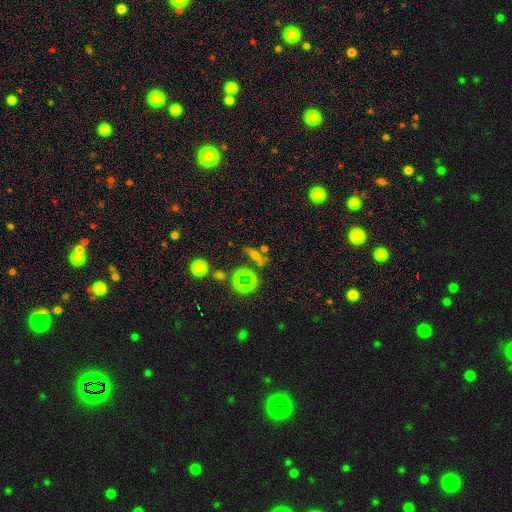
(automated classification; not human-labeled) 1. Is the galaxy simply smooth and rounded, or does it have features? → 40% star or artifact (tied), 40% smooth (tied), 19% featured or disk.